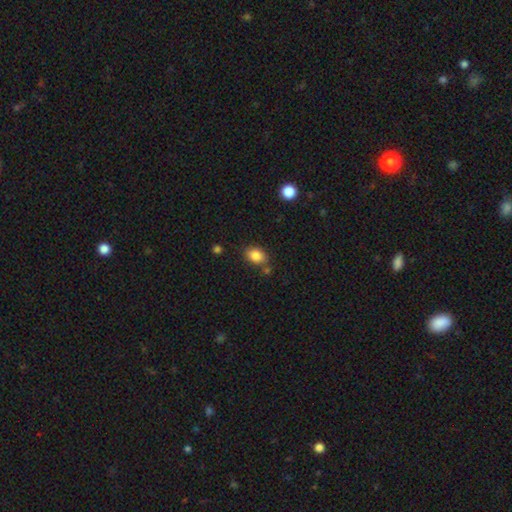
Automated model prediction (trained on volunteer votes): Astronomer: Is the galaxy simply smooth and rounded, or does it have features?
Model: smooth — 85%.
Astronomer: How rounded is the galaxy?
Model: in between — 74%.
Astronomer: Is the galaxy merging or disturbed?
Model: none — 70%.